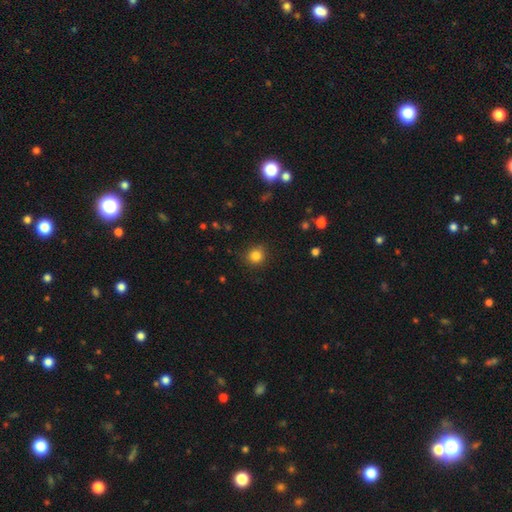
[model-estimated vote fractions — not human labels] This appears to be a smooth galaxy with no disk features (83%) that is round (91%). Merging: none (87%).